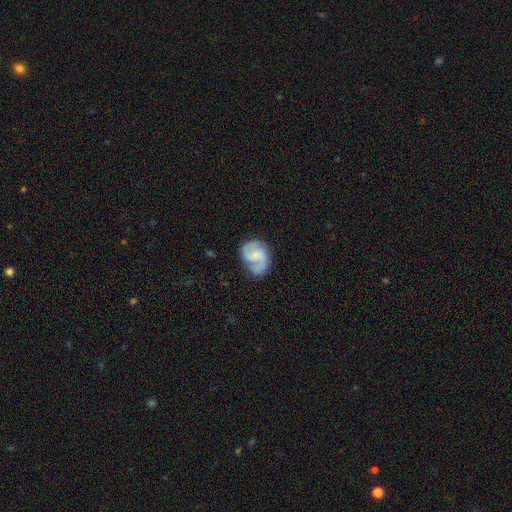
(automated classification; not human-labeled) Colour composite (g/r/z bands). It shows a featured or disk galaxy (77%) with a weak bar (47%), 2 (85%) medium (53%) spiral arms (95%) and a small central bulge (47%). Merging: none (69%).